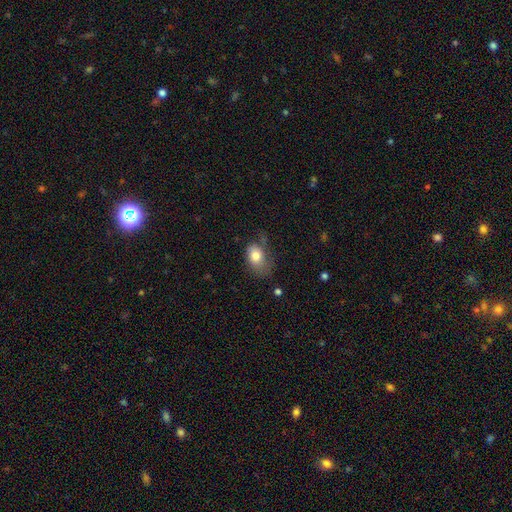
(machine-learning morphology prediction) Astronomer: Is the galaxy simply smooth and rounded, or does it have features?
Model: smooth — 78%.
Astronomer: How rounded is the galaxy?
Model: in between — 78%.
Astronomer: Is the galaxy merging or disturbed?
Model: none — 43% (runner-up: minor disturbance, 33%).